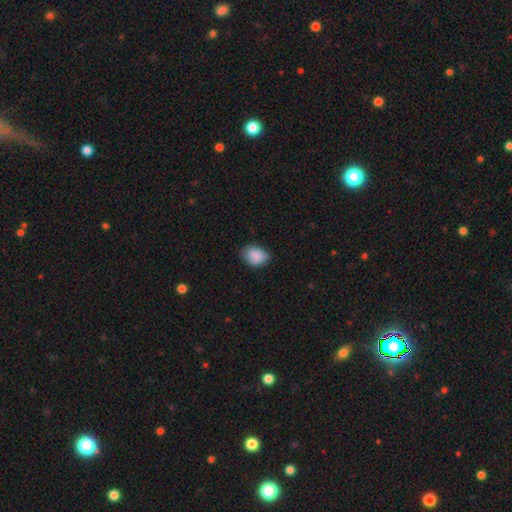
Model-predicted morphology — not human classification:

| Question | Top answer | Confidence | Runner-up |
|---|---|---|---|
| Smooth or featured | smooth | 88% | star or artifact (7%) |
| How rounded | in between | 75% | round (24%) |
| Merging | none | 70% | minor disturbance (25%) |